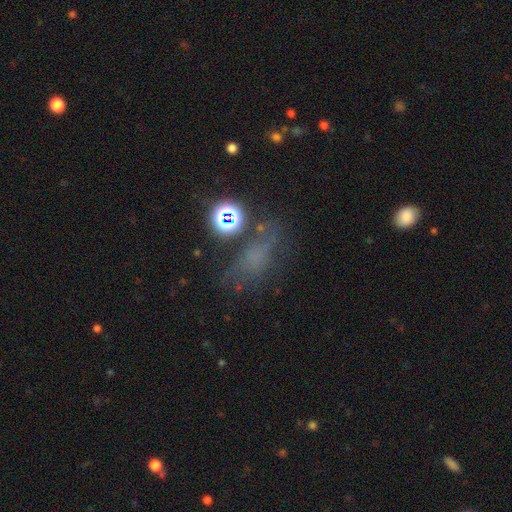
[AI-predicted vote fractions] Overall: smooth (43%; star or artifact 34%). Merging: none (51%; minor disturbance 22%).